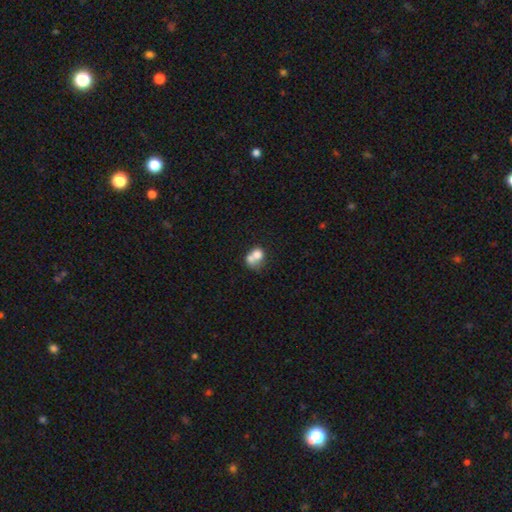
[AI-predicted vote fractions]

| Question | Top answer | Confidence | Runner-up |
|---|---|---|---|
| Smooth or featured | smooth | 69% | featured or disk (21%) |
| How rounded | round | 54% | in between (45%) |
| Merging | merger | 65% | none (20%) |